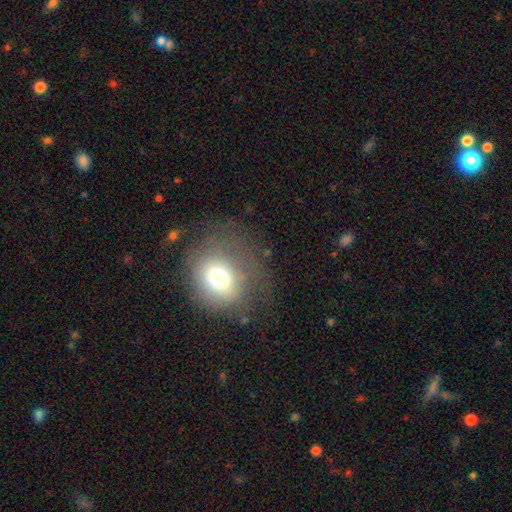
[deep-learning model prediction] This appears to be a smooth galaxy with no disk features (66%) that is round (72%). Merging: none (62%).